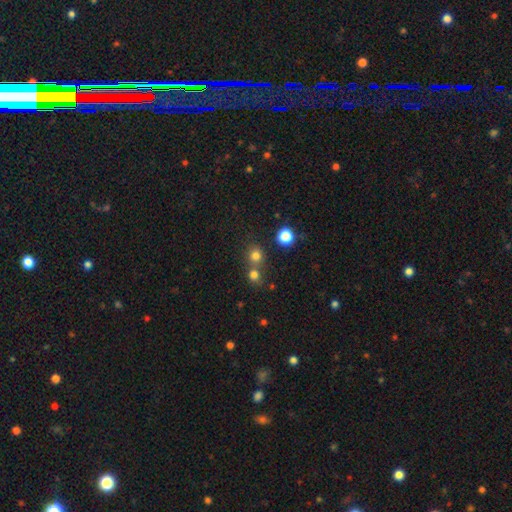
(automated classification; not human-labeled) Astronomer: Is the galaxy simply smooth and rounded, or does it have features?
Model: smooth — 76%.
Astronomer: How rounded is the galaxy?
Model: round — 86%.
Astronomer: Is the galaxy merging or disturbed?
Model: none — 60%.